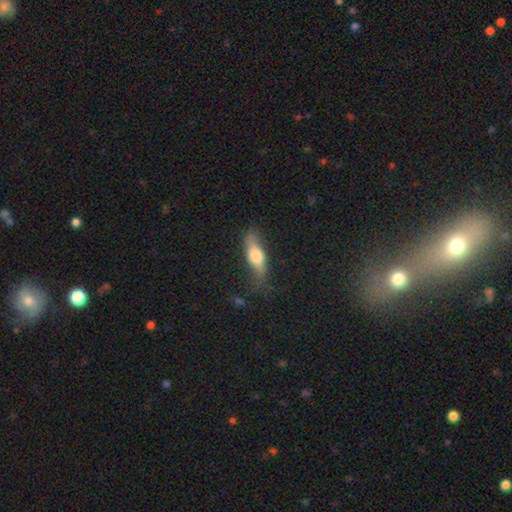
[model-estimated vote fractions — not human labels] A smooth galaxy with no disk features (55%) that is cigar-shaped (48%).

Vote fractions:
- Smooth or featured? smooth: 55% / featured or disk: 38% / star or artifact: 7%
- How rounded? cigar-shaped: 48% / in between: 47% / round: 4%
- Merging? none: 64% / minor disturbance: 24% / major disturbance: 9% / merger: 2%